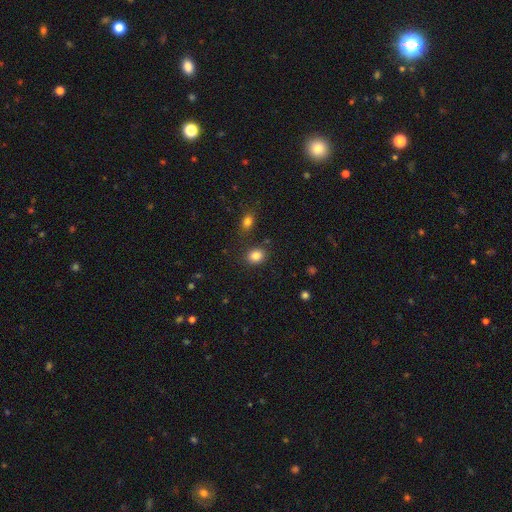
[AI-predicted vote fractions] Smooth or featured? Predicted: smooth (p=0.84). How rounded? Predicted: round (p=0.54). Merging? Predicted: none (p=0.83).